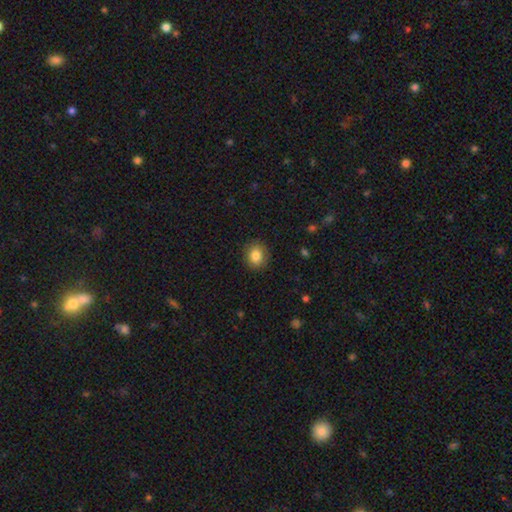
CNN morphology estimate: type=smooth (84%); roundness=round (67%); merging=none (88%).